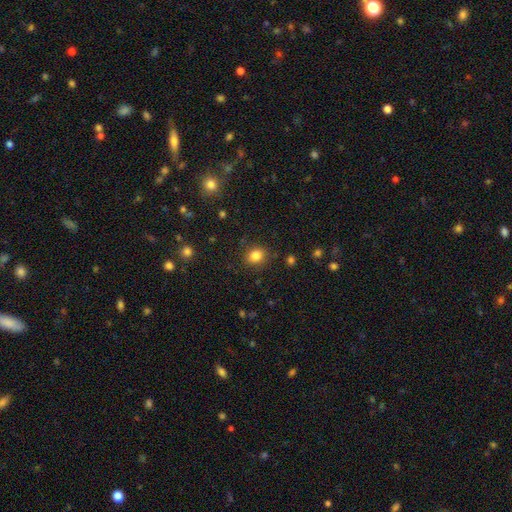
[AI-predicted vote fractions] A smooth galaxy with no disk features (83%) that is round (65%).

Vote fractions:
- Smooth or featured? smooth: 83% / star or artifact: 11% / featured or disk: 5%
- How rounded? round: 65% / in between: 34% / cigar-shaped: 1%
- Merging? none: 86% / minor disturbance: 9% / major disturbance: 3% / merger: 1%